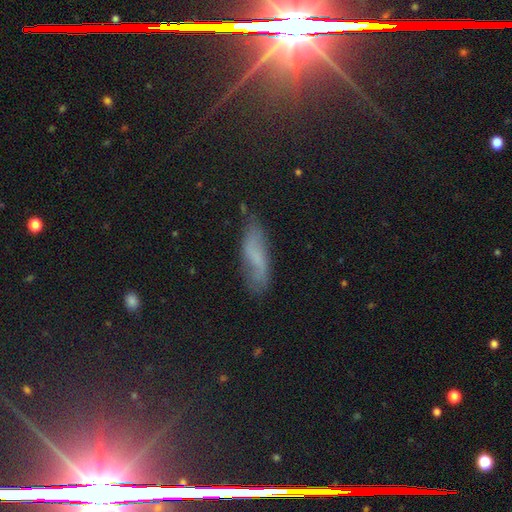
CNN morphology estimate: Overall: smooth (48%; featured or disk 34%). Merging: none (68%).